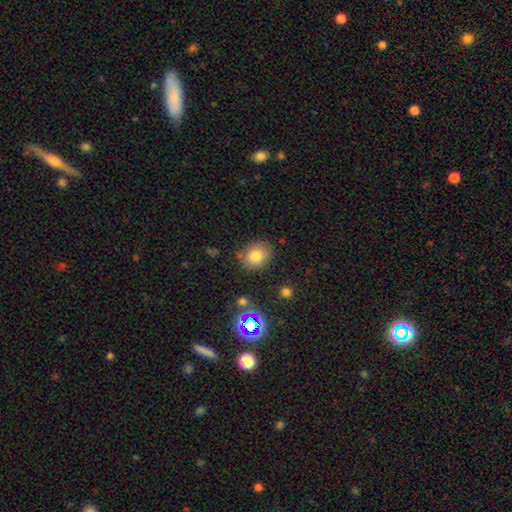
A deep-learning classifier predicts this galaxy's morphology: Smooth or featured? Predicted: smooth (p=0.79). How rounded? Predicted: round (p=0.58). Merging? Predicted: none (p=0.79).